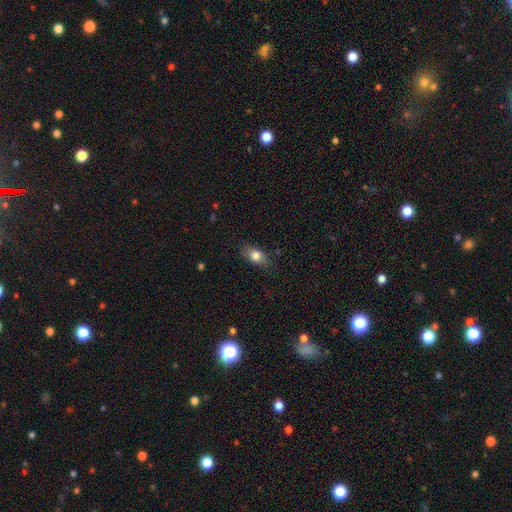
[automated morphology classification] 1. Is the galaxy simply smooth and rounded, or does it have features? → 79% smooth, 12% featured or disk, 8% star or artifact.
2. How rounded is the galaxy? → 82% in between, 12% round, 6% cigar-shaped.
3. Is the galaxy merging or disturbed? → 80% none, 15% minor disturbance, 3% major disturbance, 1% merger.